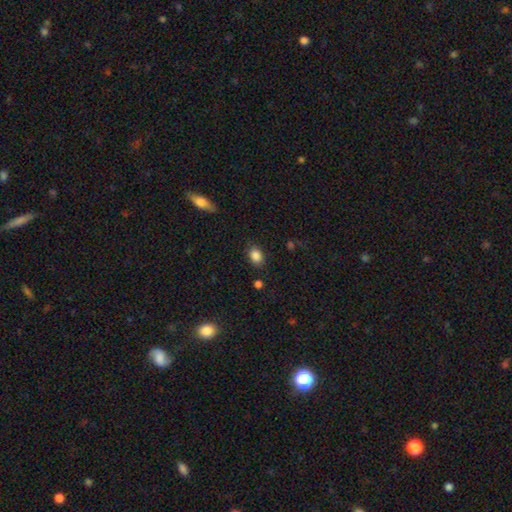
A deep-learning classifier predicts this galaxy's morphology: Smooth or featured? smooth (86%)
How rounded? in between (73%)
Merging? none (83%)